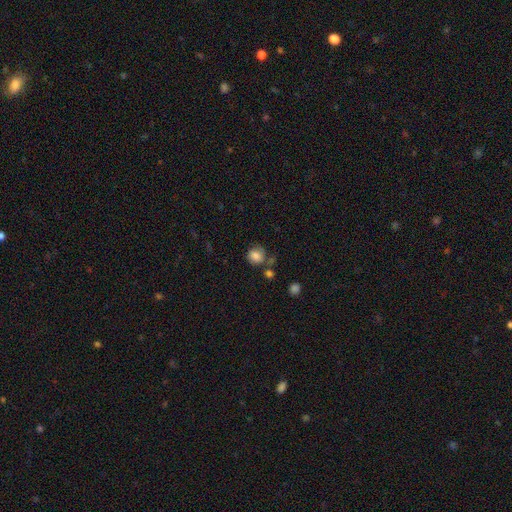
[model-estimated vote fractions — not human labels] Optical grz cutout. It shows a smooth galaxy with no disk features (80%) that is round (81%). Merging: none (57%).